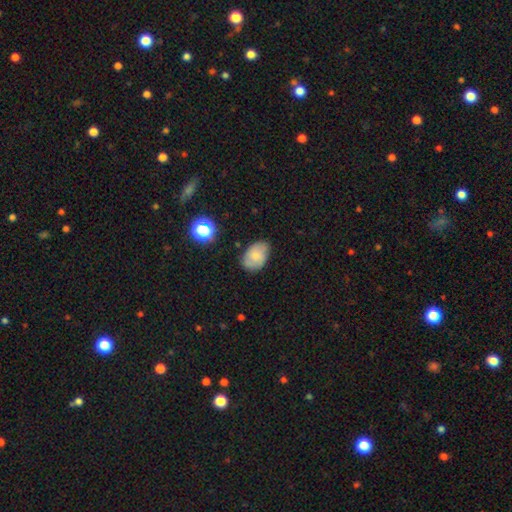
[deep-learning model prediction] Smooth or featured? smooth (71%)
How rounded? in between (84%)
Merging? none (74%)